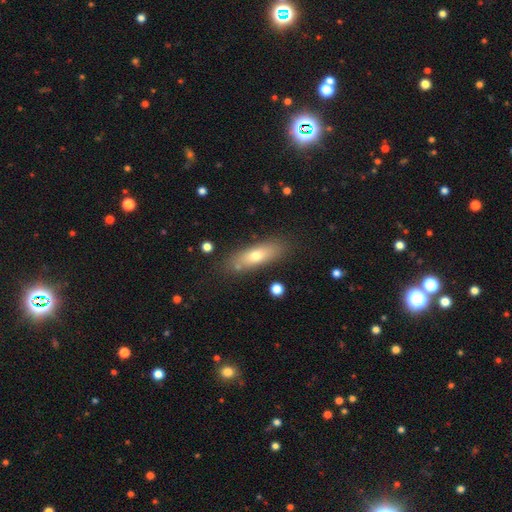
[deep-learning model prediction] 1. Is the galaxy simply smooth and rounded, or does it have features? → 63% smooth, 29% featured or disk, 8% star or artifact.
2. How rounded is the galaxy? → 52% in between, 44% cigar-shaped, 3% round.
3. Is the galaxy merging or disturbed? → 82% none, 12% minor disturbance, 3% major disturbance, 3% merger.